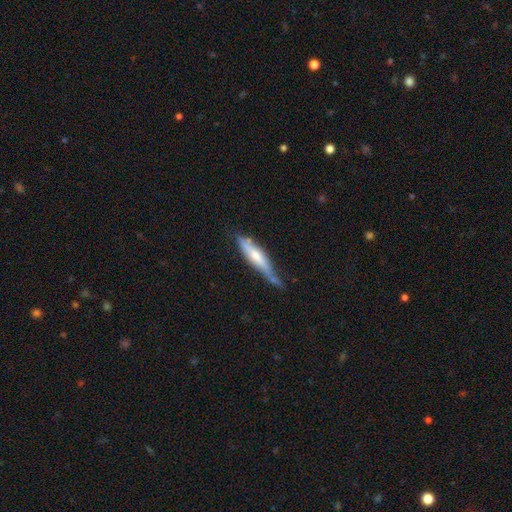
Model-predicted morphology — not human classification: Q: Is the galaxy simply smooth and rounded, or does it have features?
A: smooth — 51%.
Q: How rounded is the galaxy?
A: cigar-shaped — 79%.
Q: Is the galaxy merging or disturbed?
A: none — 45%.